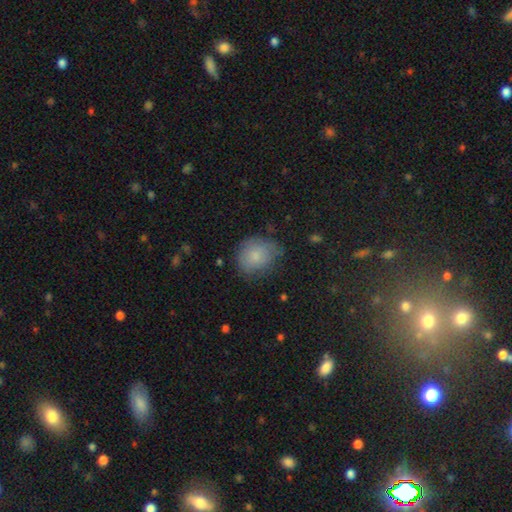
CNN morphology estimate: Q: Smooth or featured?
A: smooth (80%); runner-up: featured or disk (11%)
Q: How rounded?
A: round (68%); runner-up: in between (31%)
Q: Merging?
A: none (60%); runner-up: minor disturbance (30%)